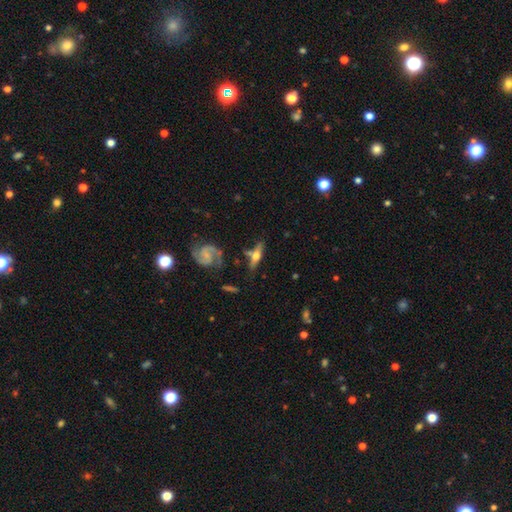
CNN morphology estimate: The model was most divided on "merging": none: 65%, minor disturbance: 19%, merger: 10%, major disturbance: 6%. More confident: edge-on bulge — rounded (93%); edge-on disk — yes (80%); smooth or featured — featured or disk (72%).